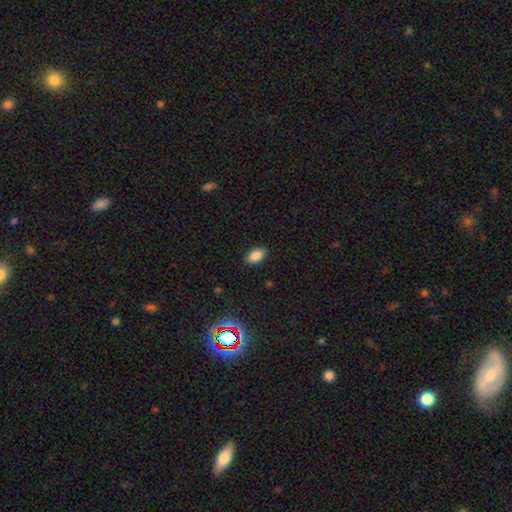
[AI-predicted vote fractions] A smooth galaxy with no disk features (85%) that is in between round and cigar-shaped (90%). Merging: none (87%).